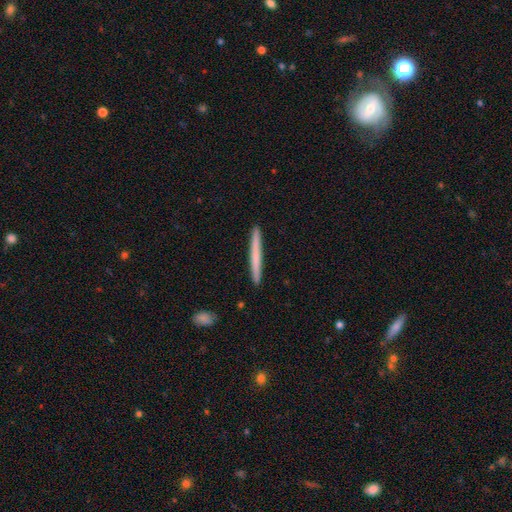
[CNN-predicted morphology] type=smooth (61%); roundness=cigar-shaped (97%); merging=none (93%).